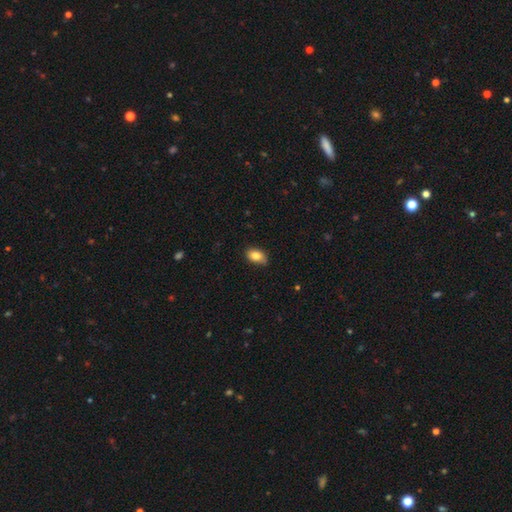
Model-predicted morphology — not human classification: Smooth or featured: smooth — 84% (featured or disk — 9%)
How rounded: in between — 86% (round — 12%)
Merging: none — 73% (minor disturbance — 23%)